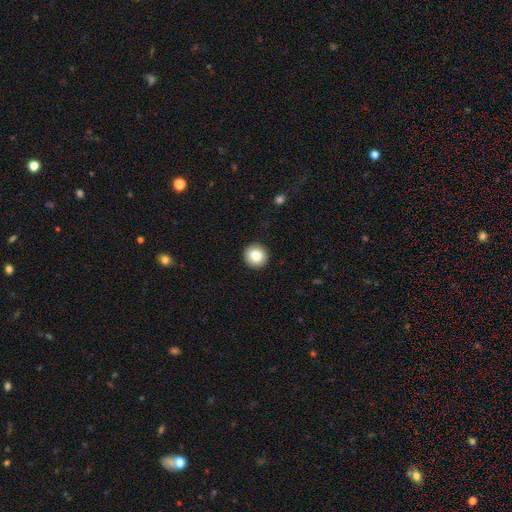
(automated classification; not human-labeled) This appears to be a smooth galaxy with no disk features (84%) that is round (94%). Merging: none (92%).